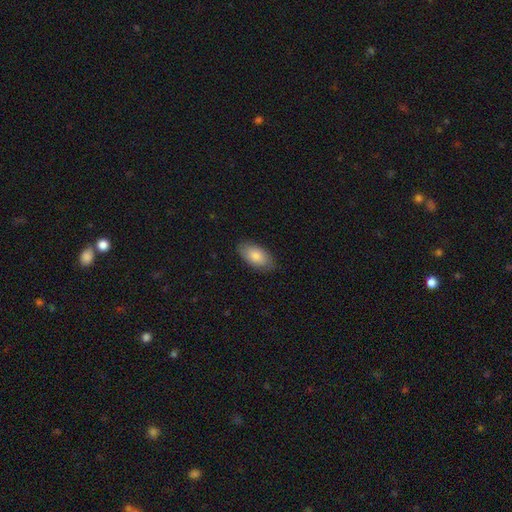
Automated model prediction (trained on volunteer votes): smooth_or_featured: smooth (p=0.83) [alt: featured or disk p=0.11]
how_rounded: in between (p=0.94) [alt: round p=0.03]
merging: none (p=0.84) [alt: minor disturbance p=0.12]